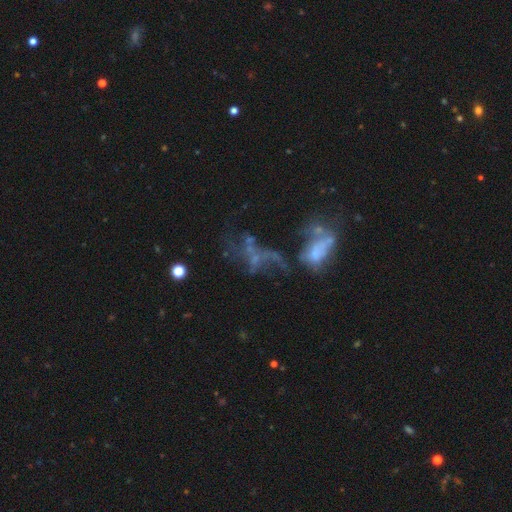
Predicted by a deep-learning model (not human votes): Smooth or featured: featured or disk — 53% (star or artifact — 26%)
Edge-on disk: no — 94% (yes — 6%)
Merging: merger — 40% (major disturbance — 32%)